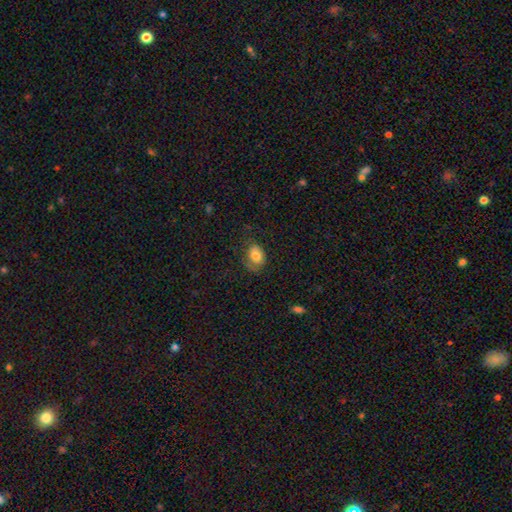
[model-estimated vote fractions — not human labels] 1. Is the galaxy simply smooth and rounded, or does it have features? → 77% smooth, 14% featured or disk, 9% star or artifact.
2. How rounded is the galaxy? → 81% in between, 18% round, 1% cigar-shaped.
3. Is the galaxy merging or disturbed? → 55% none, 29% minor disturbance, 15% major disturbance, 2% merger.